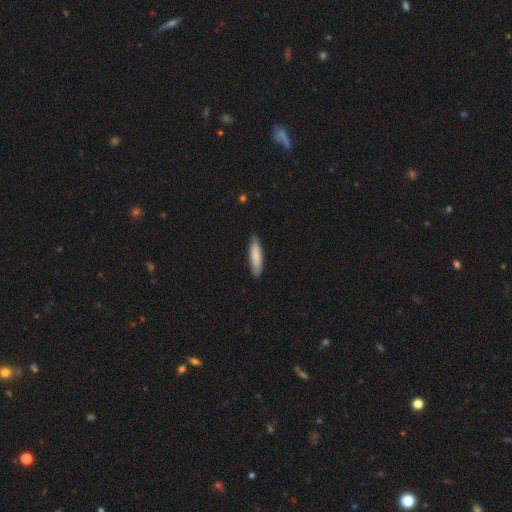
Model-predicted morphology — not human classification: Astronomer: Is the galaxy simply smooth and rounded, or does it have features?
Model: smooth — 84%.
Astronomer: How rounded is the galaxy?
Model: cigar-shaped — 70%.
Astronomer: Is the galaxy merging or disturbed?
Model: none — 86%.